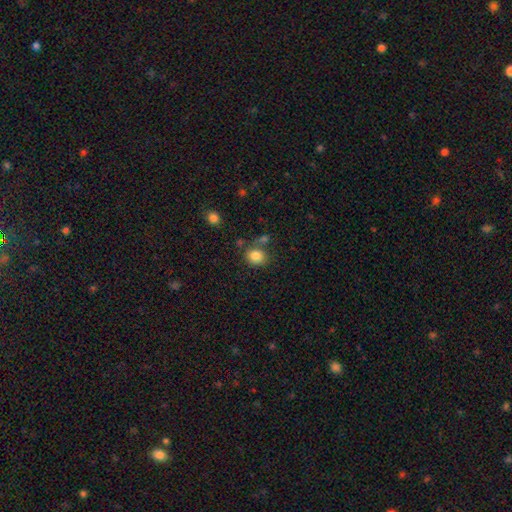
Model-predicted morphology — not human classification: Q: Smooth or featured?
A: smooth (84%); runner-up: star or artifact (10%)
Q: How rounded?
A: round (65%); runner-up: in between (34%)
Q: Merging?
A: none (66%); runner-up: minor disturbance (14%)